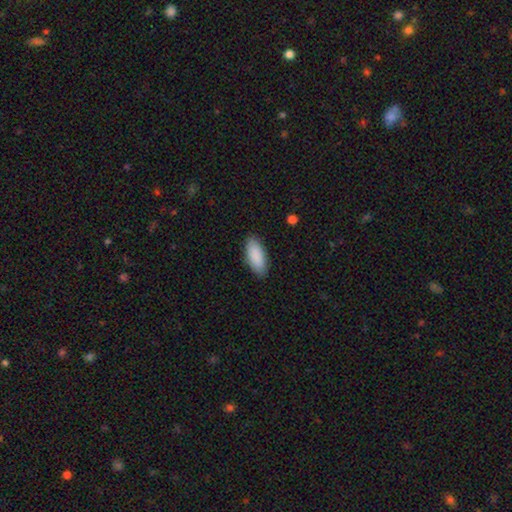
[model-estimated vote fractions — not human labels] smooth-or-featured: smooth: 90% | star or artifact: 5% | featured or disk: 5%
  how-rounded: in between: 84% | cigar-shaped: 14% | round: 2%
  merging: none: 87% | minor disturbance: 10% | major disturbance: 2% | merger: 1%